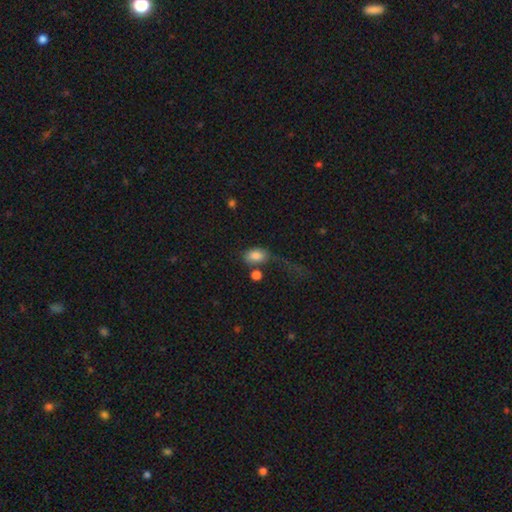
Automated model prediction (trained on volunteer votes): Morphology: type=smooth (83%); roundness=in between (86%); merging=none (47%).